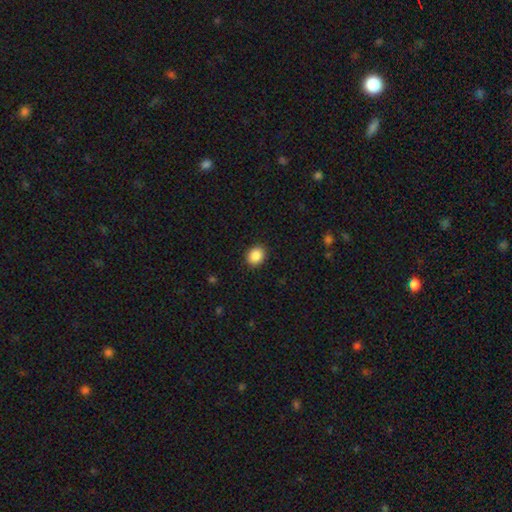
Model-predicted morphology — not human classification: Smooth or featured: smooth — 88% (star or artifact — 9%)
How rounded: round — 58% (in between — 41%)
Merging: none — 91% (minor disturbance — 6%)